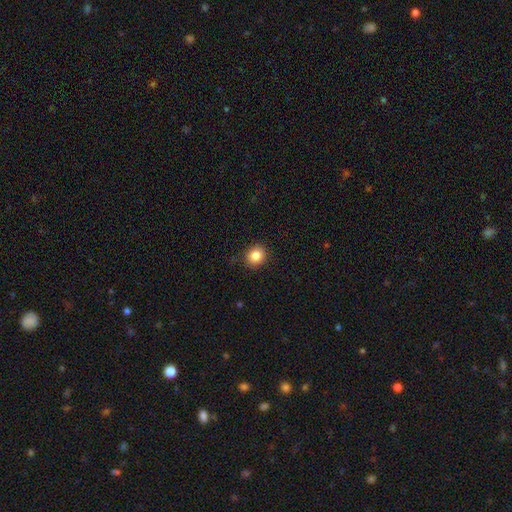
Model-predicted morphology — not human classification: A smooth galaxy with no disk features (85%) that is round (79%). Merging: none (89%).